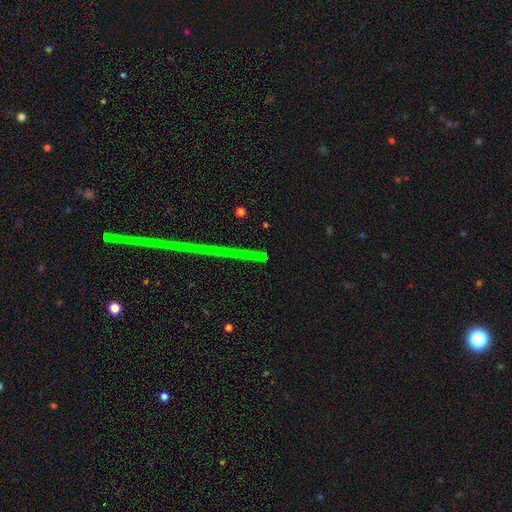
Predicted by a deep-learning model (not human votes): smooth_or_featured: star or artifact (p=0.75) [alt: featured or disk p=0.13]